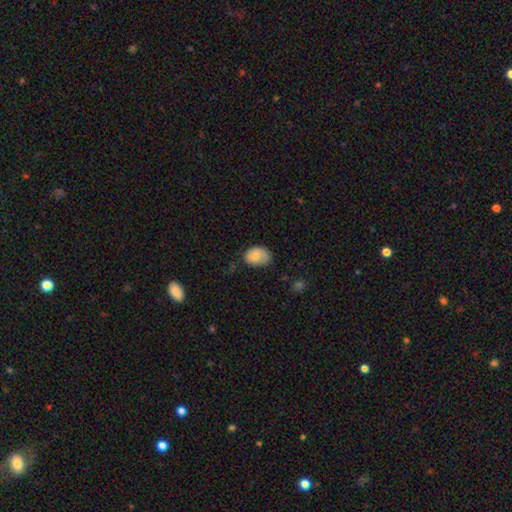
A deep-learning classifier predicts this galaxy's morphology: Smooth or featured? smooth (80%)
How rounded? in between (77%)
Merging? none (55%)